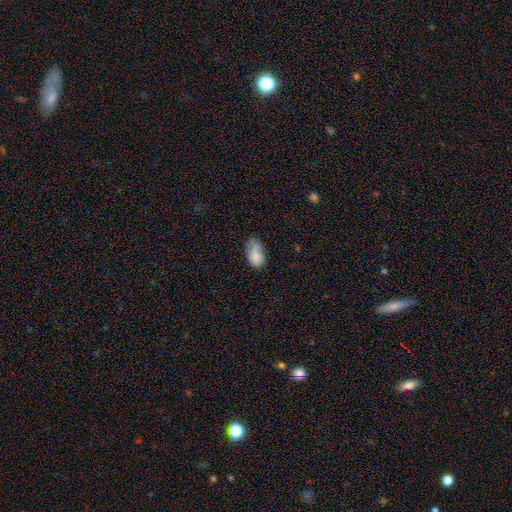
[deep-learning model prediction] Q: Smooth or featured?
A: smooth (81%); runner-up: featured or disk (10%)
Q: How rounded?
A: in between (91%); runner-up: round (7%)
Q: Merging?
A: none (40%); runner-up: minor disturbance (39%)